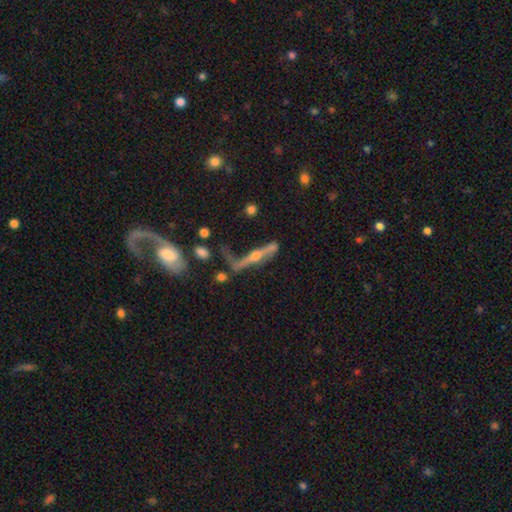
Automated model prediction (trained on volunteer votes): This appears to be a featured or disk galaxy (78%) viewed edge-on (80%) with a rounded central bulge (90%). Merging: none (43%).